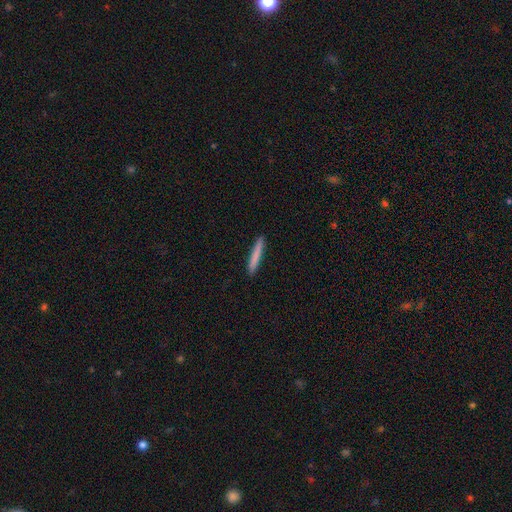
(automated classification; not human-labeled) smooth_or_featured: smooth (p=0.80) [alt: featured or disk p=0.15]
how_rounded: cigar-shaped (p=0.96) [alt: in between p=0.03]
merging: none (p=0.92) [alt: minor disturbance p=0.05]